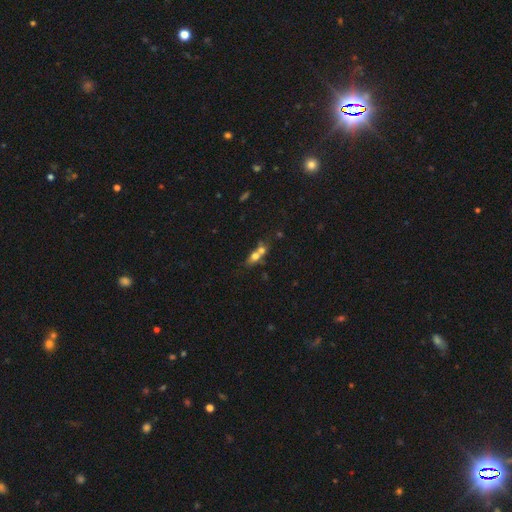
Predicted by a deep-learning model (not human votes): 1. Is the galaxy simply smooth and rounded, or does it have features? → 63% smooth, 25% featured or disk, 13% star or artifact.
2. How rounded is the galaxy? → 51% in between, 40% round, 9% cigar-shaped.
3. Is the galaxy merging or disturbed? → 64% merger, 24% none, 7% minor disturbance, 5% major disturbance.